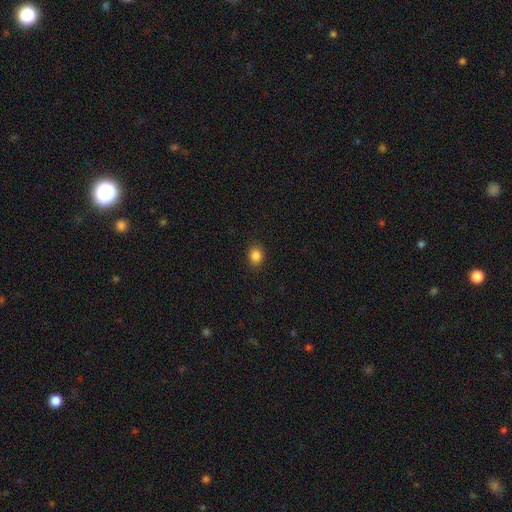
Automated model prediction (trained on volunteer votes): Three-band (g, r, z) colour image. It shows a smooth galaxy with no disk features (85%) that is round (53%). Merging: none (89%).